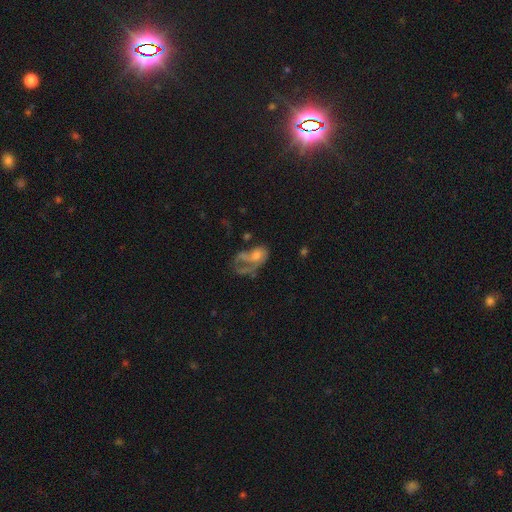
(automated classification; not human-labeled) featured or disk 53%, smooth 32%, star or artifact 16%. Down the decision tree: edge-on disk — no (96%); bar — no (84%); spiral arms — no (64%); bulge size — moderate (39%); merging — major disturbance (51%).